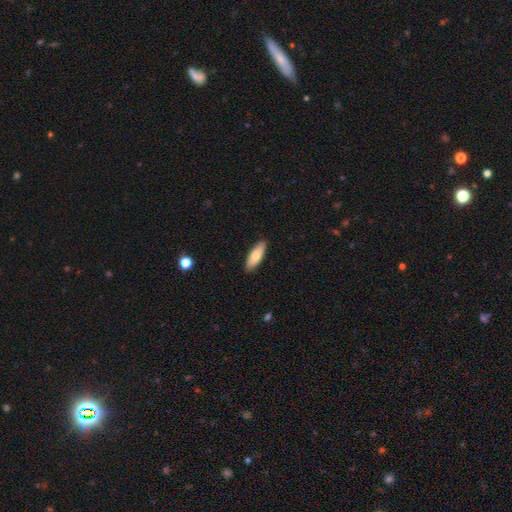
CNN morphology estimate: A smooth galaxy with no disk features (75%) that is in between round and cigar-shaped (60%). Merging: none (89%).